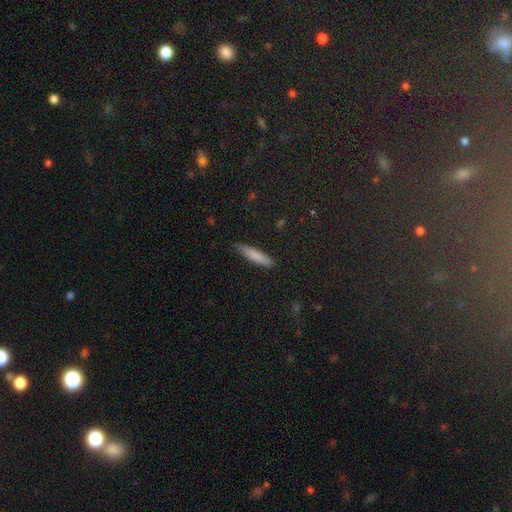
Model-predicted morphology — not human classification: A smooth galaxy with no disk features (80%) that is cigar-shaped (84%). Merging: none (83%).